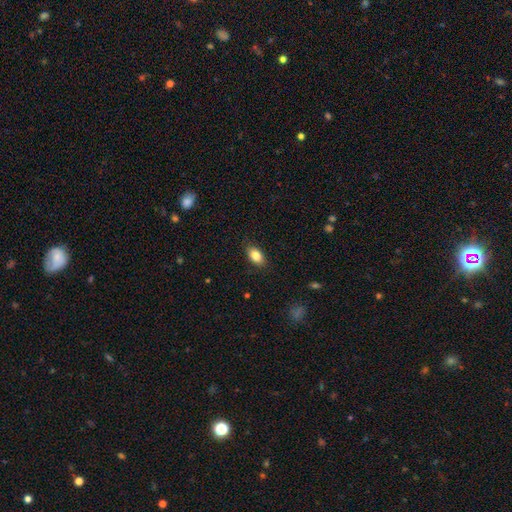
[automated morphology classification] A smooth galaxy with no disk features (85%) that is in between round and cigar-shaped (89%).

Vote fractions:
- Smooth or featured? smooth: 85% / star or artifact: 8% / featured or disk: 7%
- How rounded? in between: 89% / round: 9% / cigar-shaped: 2%
- Merging? none: 87% / minor disturbance: 10% / major disturbance: 2% / merger: 1%